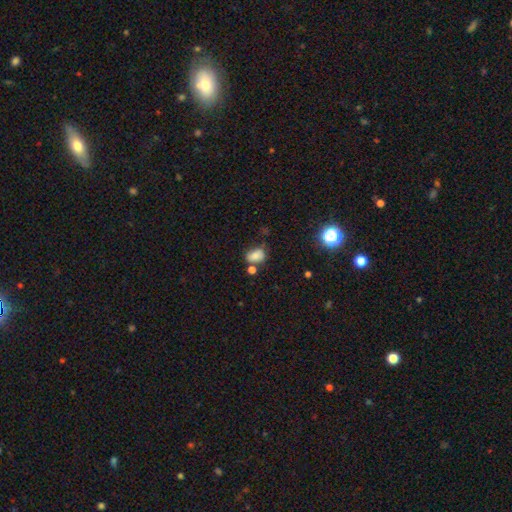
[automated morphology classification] The model was most divided on "merging": none: 53%, minor disturbance: 21%, merger: 18%, major disturbance: 7%. More confident: smooth or featured — smooth (76%); how rounded — in between (74%).